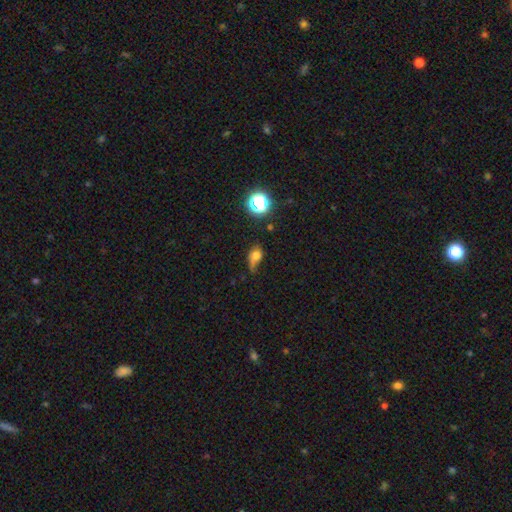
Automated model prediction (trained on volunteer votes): Overall: smooth (72%). How rounded: in between (61%; round 35%). Merging: minor disturbance (38%; none 30%).